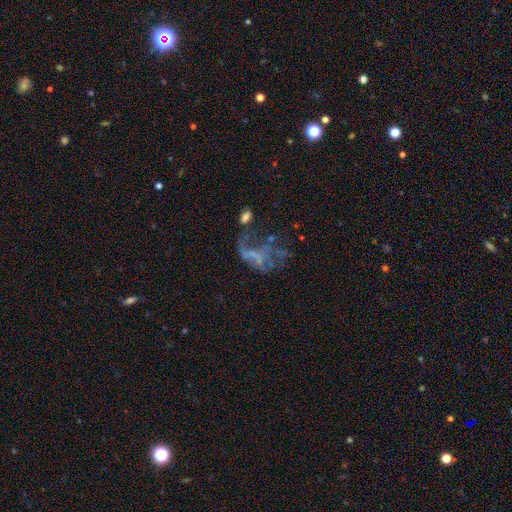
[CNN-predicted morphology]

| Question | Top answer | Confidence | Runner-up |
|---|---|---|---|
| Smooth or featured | featured or disk | 56% | star or artifact (23%) |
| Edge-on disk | no | 97% | yes (3%) |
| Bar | no | 84% | weak (12%) |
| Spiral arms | no | 82% | yes (18%) |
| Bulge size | none | 76% | small (14%) |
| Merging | major disturbance | 49% | none (26%) |